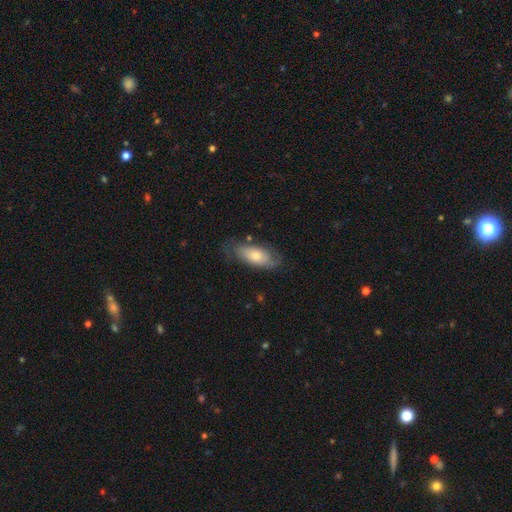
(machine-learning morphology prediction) A smooth galaxy with no disk features (62%) that is in between round and cigar-shaped (83%). Merging: none (64%).